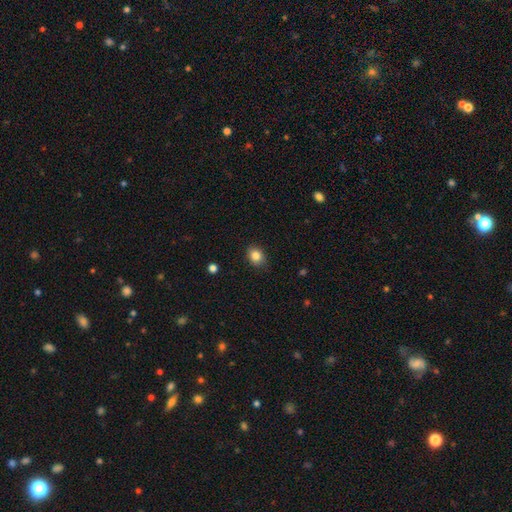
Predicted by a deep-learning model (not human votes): Overall: smooth (85%). How rounded: in between (54%; round 45%). Merging: none (85%).